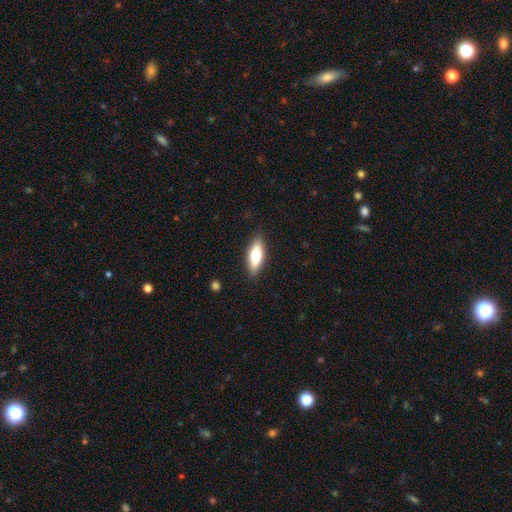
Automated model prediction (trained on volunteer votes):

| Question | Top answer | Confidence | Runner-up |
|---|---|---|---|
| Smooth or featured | smooth | 71% | featured or disk (23%) |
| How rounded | in between | 63% | cigar-shaped (35%) |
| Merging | none | 87% | minor disturbance (10%) |